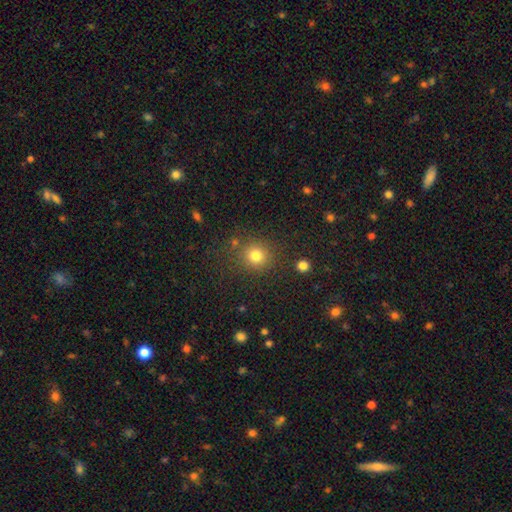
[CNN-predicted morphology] Smooth or featured? smooth (80%)
How rounded? round (90%)
Merging? none (83%)